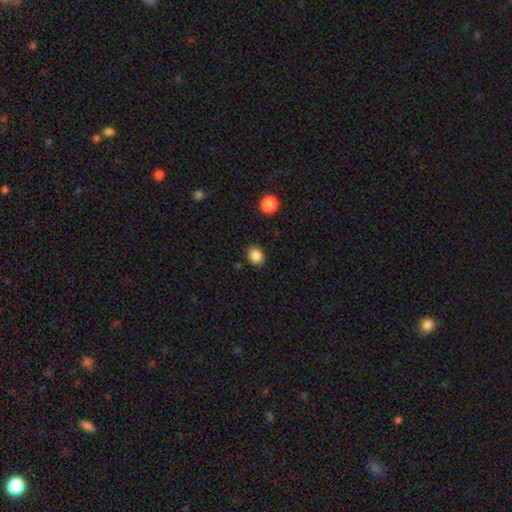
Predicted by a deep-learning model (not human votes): smooth-or-featured: smooth: 86% | star or artifact: 10% | featured or disk: 4%
  how-rounded: in between: 57% | round: 42% | cigar-shaped: 1%
  merging: none: 85% | minor disturbance: 10% | major disturbance: 3% | merger: 2%